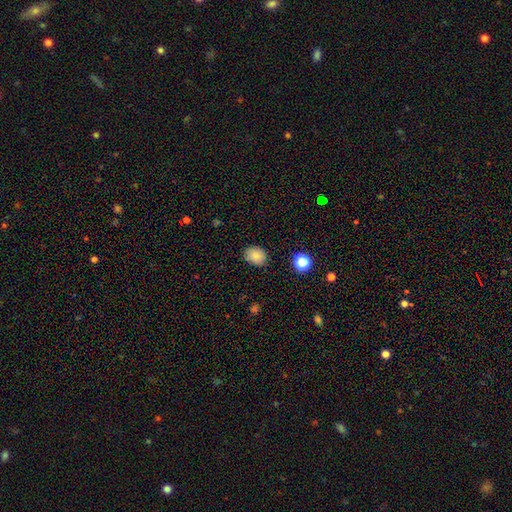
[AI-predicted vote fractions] Morphology: type=smooth (83%); roundness=in between (52%); merging=none (84%).